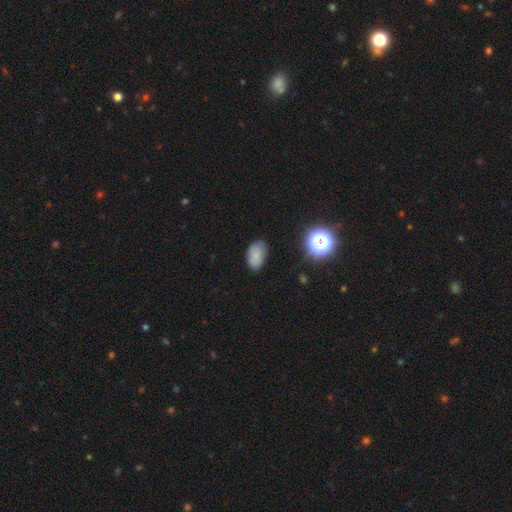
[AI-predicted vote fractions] A smooth galaxy with no disk features (79%) that is in between round and cigar-shaped (89%).

Vote fractions:
- Smooth or featured? smooth: 79% / star or artifact: 13% / featured or disk: 9%
- How rounded? in between: 89% / round: 9% / cigar-shaped: 1%
- Merging? none: 77% / minor disturbance: 18% / major disturbance: 4% / merger: 2%